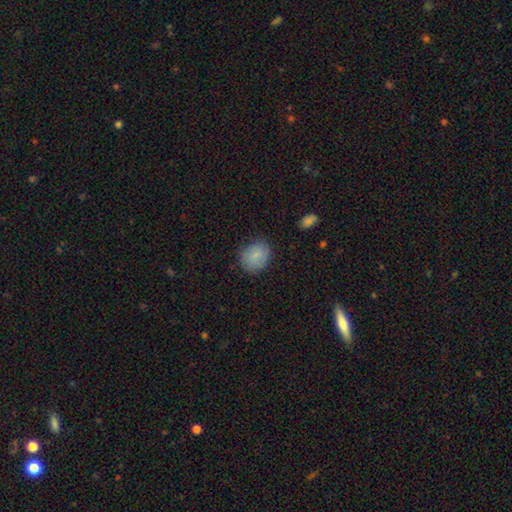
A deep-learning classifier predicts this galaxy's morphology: smooth_or_featured: smooth (p=0.84) [alt: featured or disk p=0.08]
how_rounded: round (p=0.58) [alt: in between p=0.41]
merging: none (p=0.80) [alt: minor disturbance p=0.15]